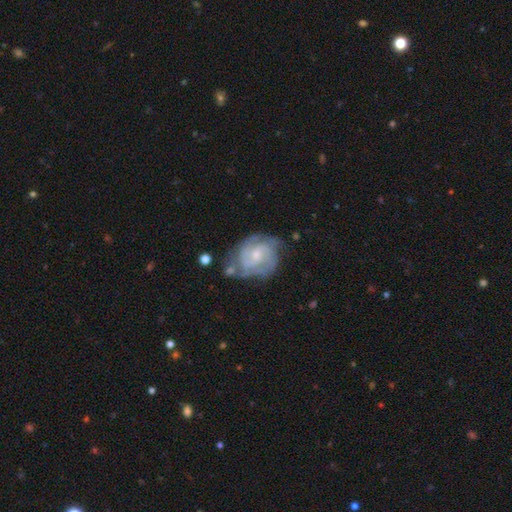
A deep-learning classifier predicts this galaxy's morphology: Smooth or featured?
  - featured or disk: 83% *
  - smooth: 12%
  - star or artifact: 6%
Edge-on disk?
  - no: 98% *
  - yes: 2%
Bar?
  - no: 58% *
  - weak: 36%
  - strong: 6%
Spiral arms?
  - yes: 95% *
  - no: 5%
Spiral winding?
  - tight: 56% *
  - medium: 37%
  - loose: 8%
Spiral arm count?
  - 2: 39% *
  - 3: 26%
  - can't tell: 21%
  - 4: 6%
  - 1: 4%
  - more than 4: 3%
Bulge size?
  - small: 64% *
  - moderate: 30%
  - none: 3%
  - large: 2%
  - dominant: 1%
Merging?
  - none: 60% *
  - minor disturbance: 24%
  - major disturbance: 10%
  - merger: 6%